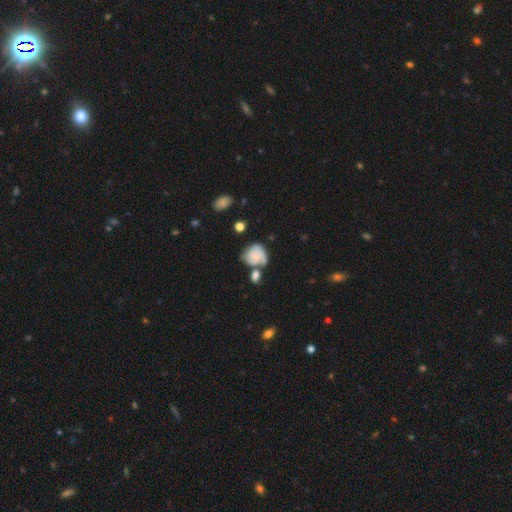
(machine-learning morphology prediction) smooth 47%, featured or disk 44%, star or artifact 9%. Down the decision tree: merging — none (37%).